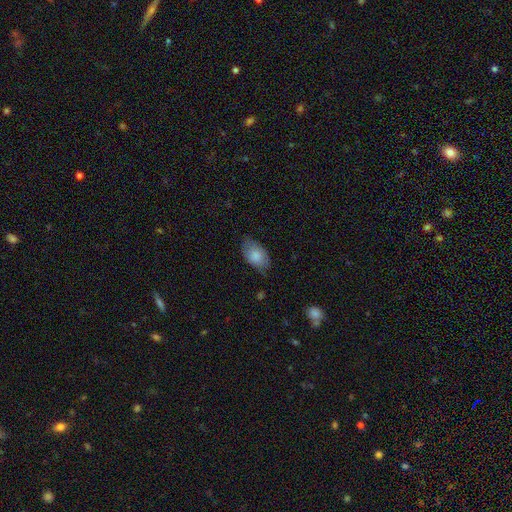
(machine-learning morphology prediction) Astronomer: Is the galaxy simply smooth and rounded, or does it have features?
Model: smooth — 81%.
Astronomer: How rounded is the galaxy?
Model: in between — 93%.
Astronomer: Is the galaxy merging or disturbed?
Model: none — 68%.